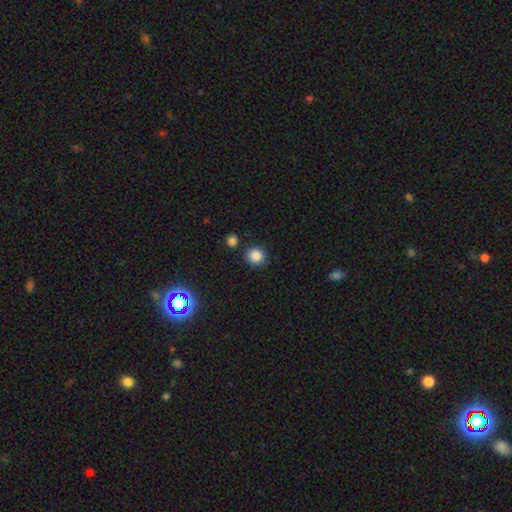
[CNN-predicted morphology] A smooth galaxy with no disk features (85%) that is round (89%). Merging: none (84%).